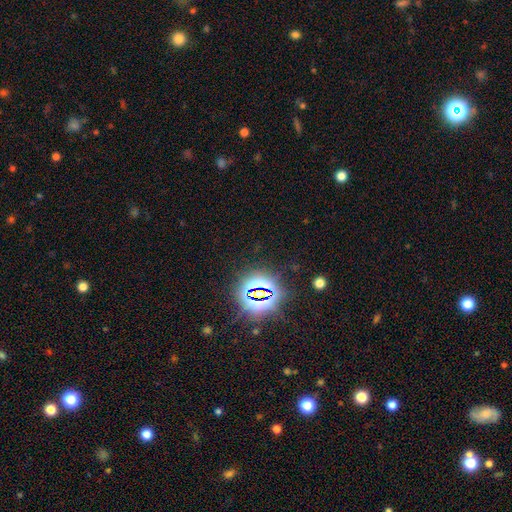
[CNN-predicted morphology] Smooth or featured: star or artifact — 80% (smooth — 13%)